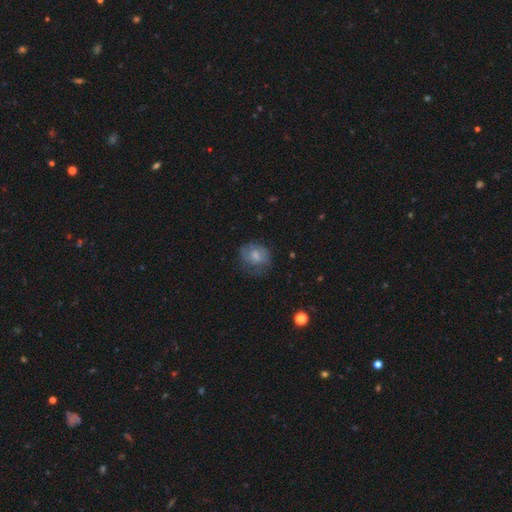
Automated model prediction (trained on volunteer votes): Smooth or featured: smooth — 62% (featured or disk — 29%)
How rounded: round — 60% (in between — 39%)
Merging: none — 55% (minor disturbance — 26%)